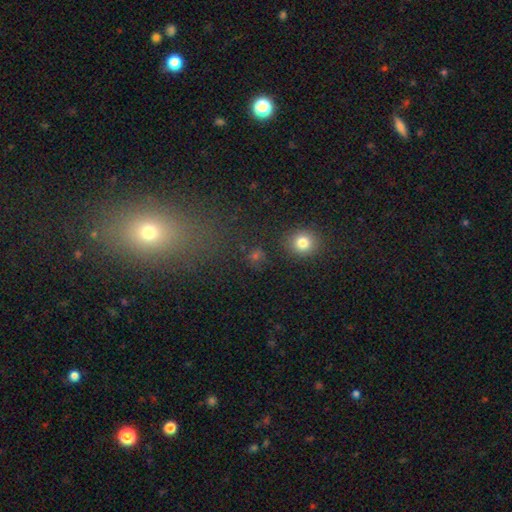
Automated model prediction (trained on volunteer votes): Smooth or featured? Predicted: smooth (p=0.73). How rounded? Predicted: round (p=0.86). Merging? Predicted: none (p=0.86).